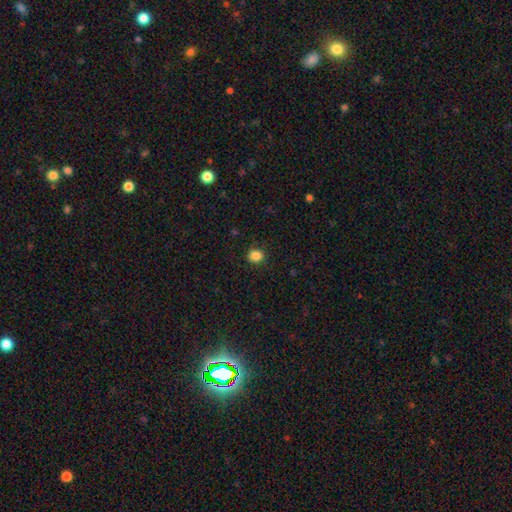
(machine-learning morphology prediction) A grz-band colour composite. It shows a smooth galaxy with no disk features (86%) that is round (75%). Merging: none (88%).